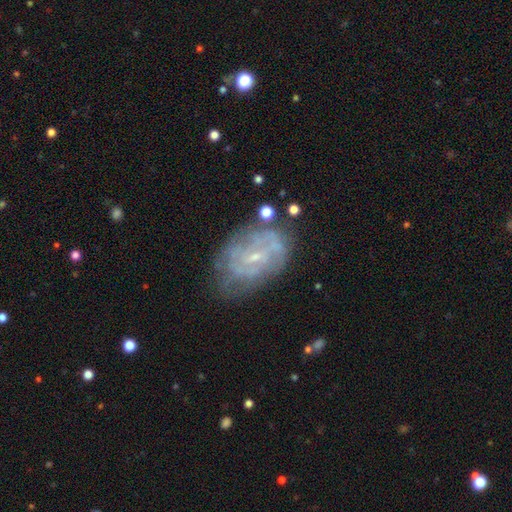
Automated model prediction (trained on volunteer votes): A featured or disk galaxy (76%) with a weak bar (48%), tight (52%) spiral arms (75%) and a small central bulge (78%).

Vote fractions:
- Smooth or featured? featured or disk: 76% / smooth: 16% / star or artifact: 9%
- Edge-on disk? no: 97% / yes: 3%
- Bar? weak: 48% / no: 39% / strong: 13%
- Spiral arms? yes: 75% / no: 25%
- Spiral winding? tight: 52% / medium: 33% / loose: 14%
- Spiral arm count? can't tell: 52% / 2: 25% / 3: 10% / 4: 6% / 1: 4% / more than 4: 4%
- Bulge size? small: 78% / moderate: 14% / none: 6% / large: 1% / dominant: 1%
- Merging? none: 61% / minor disturbance: 24% / major disturbance: 12% / merger: 4%